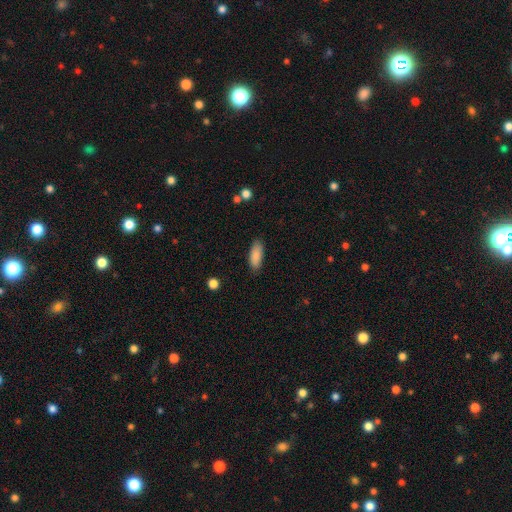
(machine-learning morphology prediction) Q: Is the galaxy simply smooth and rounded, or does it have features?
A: smooth — 88%.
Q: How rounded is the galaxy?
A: in between — 75%.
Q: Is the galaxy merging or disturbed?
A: none — 86%.